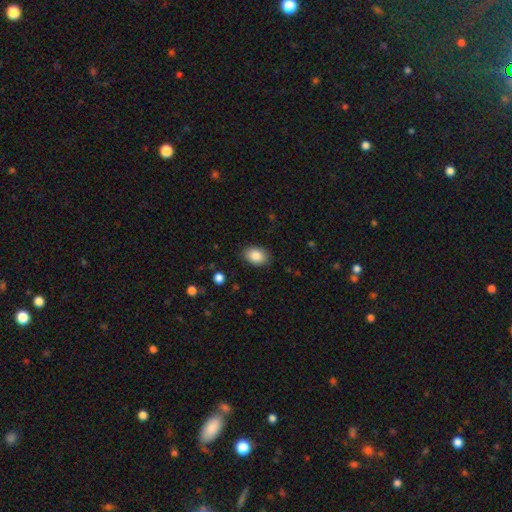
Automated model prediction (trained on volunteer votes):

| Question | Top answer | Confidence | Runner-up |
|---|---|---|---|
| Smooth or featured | smooth | 87% | star or artifact (7%) |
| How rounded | in between | 84% | round (15%) |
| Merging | none | 87% | minor disturbance (9%) |